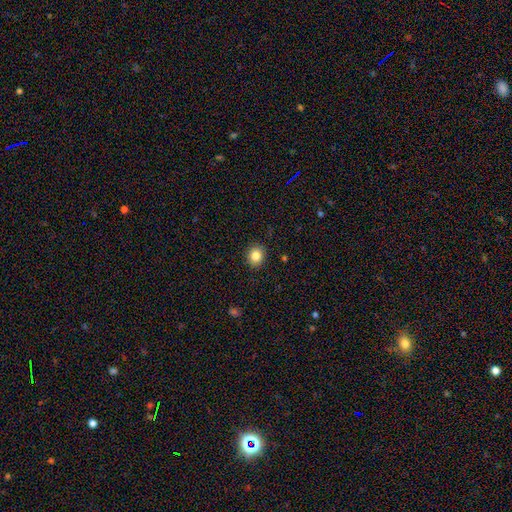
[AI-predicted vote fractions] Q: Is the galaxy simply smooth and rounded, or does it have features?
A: smooth — 84%.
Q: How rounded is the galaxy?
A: round — 74%.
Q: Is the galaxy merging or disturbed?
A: none — 90%.